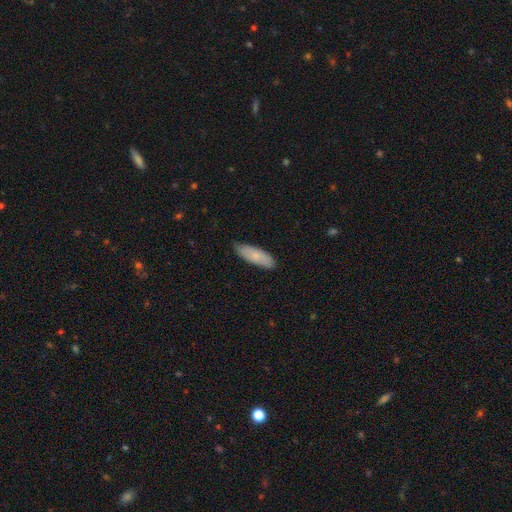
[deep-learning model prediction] Smooth or featured?
  - smooth: 76% *
  - featured or disk: 18%
  - star or artifact: 6%
How rounded?
  - in between: 61% *
  - cigar-shaped: 37%
  - round: 2%
Merging?
  - none: 80% *
  - minor disturbance: 17%
  - major disturbance: 2%
  - merger: 1%